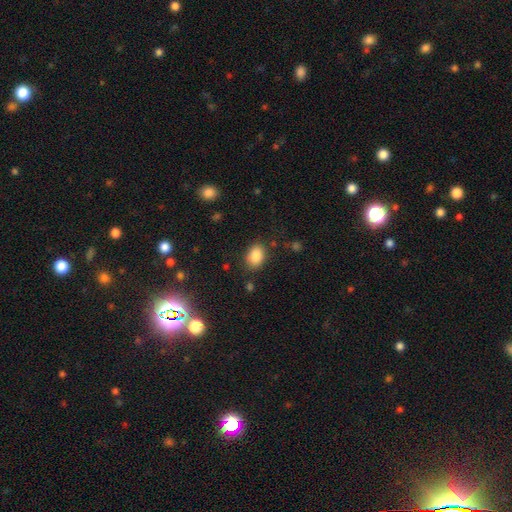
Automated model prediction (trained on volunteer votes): Smooth or featured? smooth (85%)
How rounded? in between (77%)
Merging? none (82%)